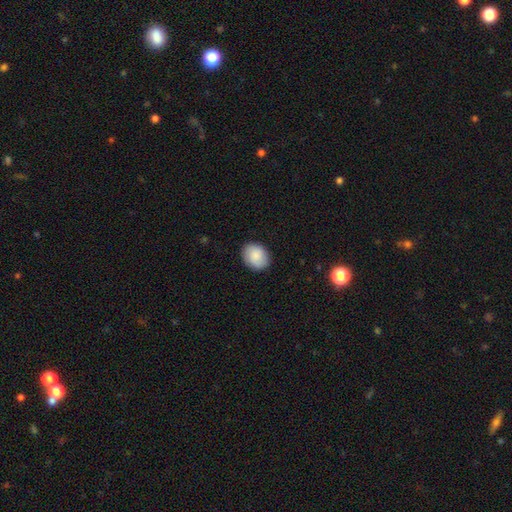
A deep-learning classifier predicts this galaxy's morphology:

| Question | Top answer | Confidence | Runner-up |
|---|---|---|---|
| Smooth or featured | smooth | 86% | featured or disk (7%) |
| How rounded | in between | 54% | round (45%) |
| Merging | none | 87% | minor disturbance (10%) |